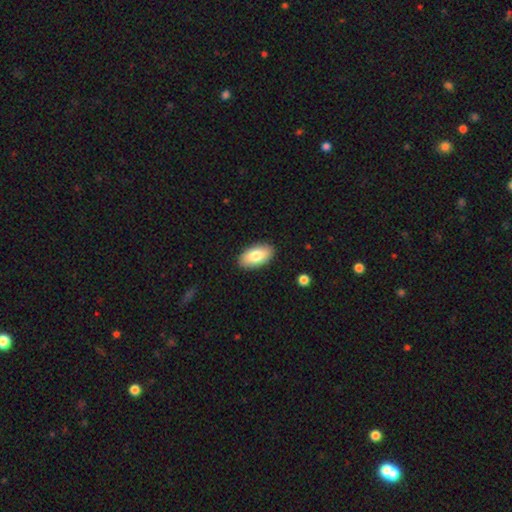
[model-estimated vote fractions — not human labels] smooth 80%, featured or disk 14%, star or artifact 6%. Down the decision tree: how rounded — in between (94%); merging — none (89%).